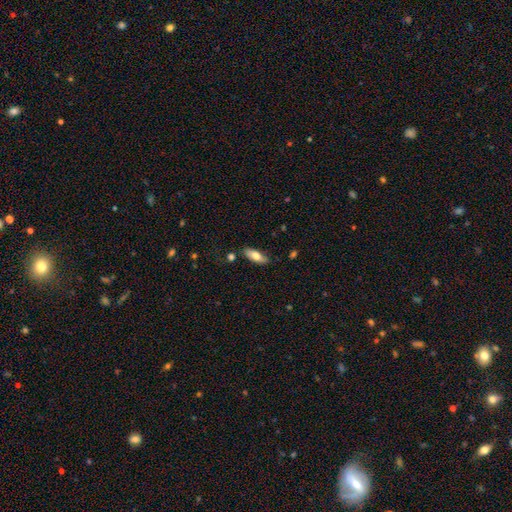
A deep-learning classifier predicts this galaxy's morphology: smooth-or-featured: smooth: 69% | featured or disk: 25% | star or artifact: 6%
  how-rounded: in between: 68% | cigar-shaped: 29% | round: 2%
  merging: none: 81% | minor disturbance: 13% | merger: 3% | major disturbance: 3%